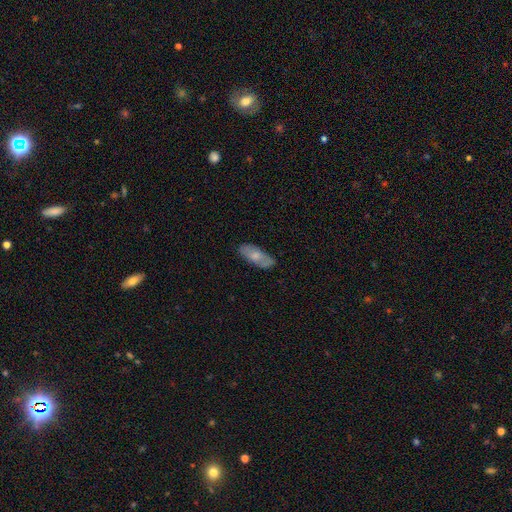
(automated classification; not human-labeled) Smooth or featured?
  - smooth: 66% *
  - featured or disk: 28%
  - star or artifact: 6%
How rounded?
  - in between: 80% *
  - cigar-shaped: 18%
  - round: 2%
Merging?
  - none: 78% *
  - minor disturbance: 17%
  - major disturbance: 3%
  - merger: 1%